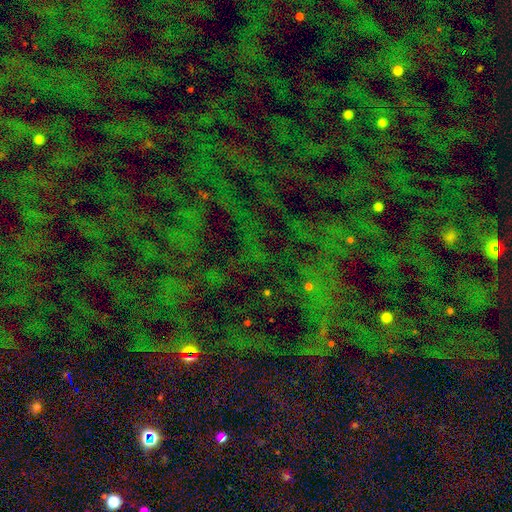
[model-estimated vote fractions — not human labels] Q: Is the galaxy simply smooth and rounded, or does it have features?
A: star or artifact — 75%.